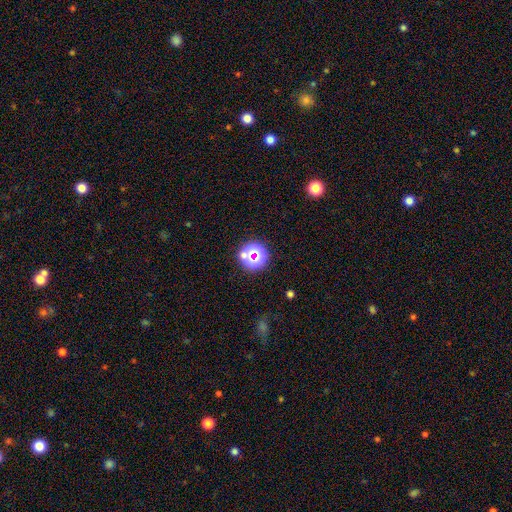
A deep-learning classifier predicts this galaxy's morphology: Overall: star or artifact (59%; smooth 30%).